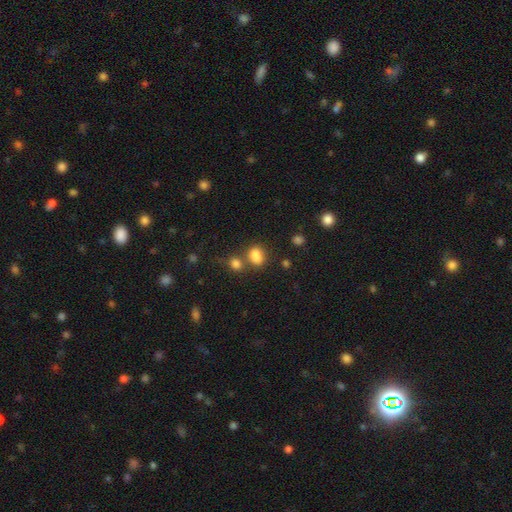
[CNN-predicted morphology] Overall: smooth (82%). How rounded: in between (67%; round 31%). Merging: none (51%; merger 29%).